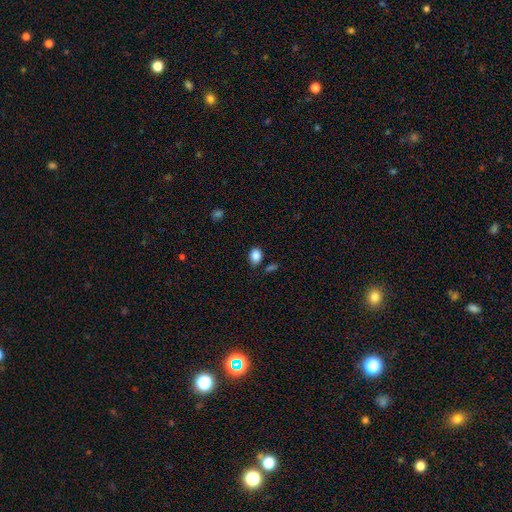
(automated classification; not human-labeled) The model was most divided on "how rounded": in between: 71%, round: 28%, cigar-shaped: 1%. More confident: smooth or featured — smooth (87%); merging — none (78%).